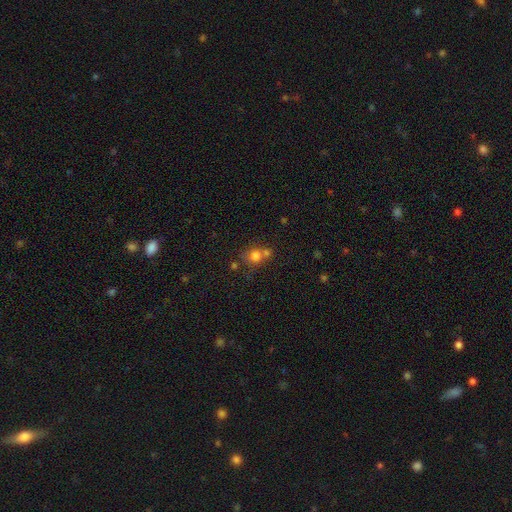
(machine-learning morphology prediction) A smooth galaxy with no disk features (75%) that is round (81%).

Vote fractions:
- Smooth or featured? smooth: 75% / star or artifact: 14% / featured or disk: 11%
- How rounded? round: 81% / in between: 18% / cigar-shaped: 1%
- Merging? none: 47% / merger: 38% / minor disturbance: 10% / major disturbance: 4%